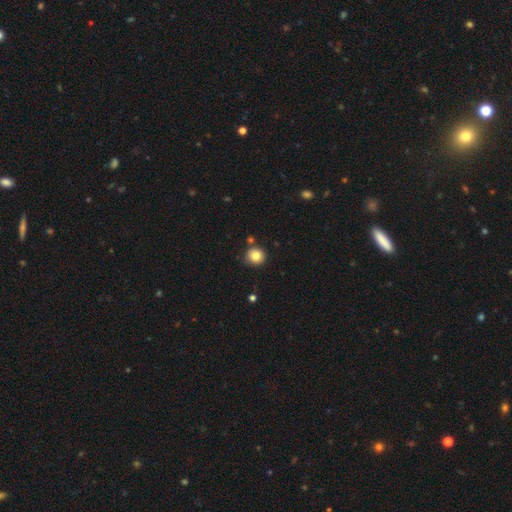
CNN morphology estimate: The model was most divided on "merging": none: 81%, minor disturbance: 11%, merger: 5%, major disturbance: 2%. More confident: how rounded — round (90%); smooth or featured — smooth (82%).